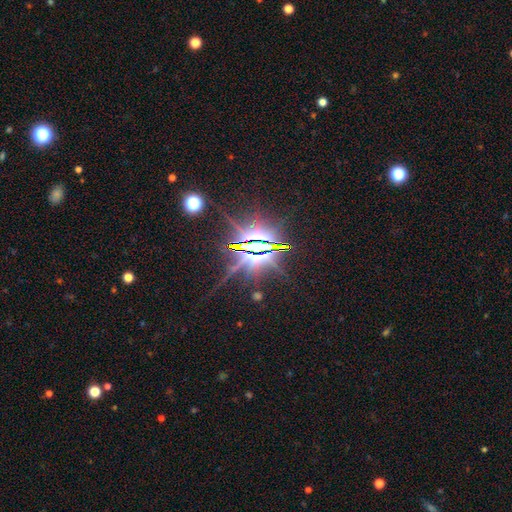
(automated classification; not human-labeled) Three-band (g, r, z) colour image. It shows a star or artifact, not a galaxy (81%).